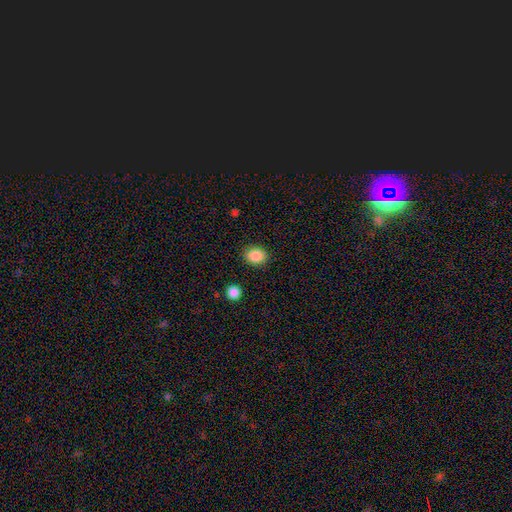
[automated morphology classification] A smooth galaxy with no disk features (88%) that is round (53%).

Vote fractions:
- Smooth or featured? smooth: 88% / star or artifact: 9% / featured or disk: 4%
- How rounded? round: 53% / in between: 46% / cigar-shaped: 1%
- Merging? none: 88% / minor disturbance: 8% / major disturbance: 3% / merger: 2%